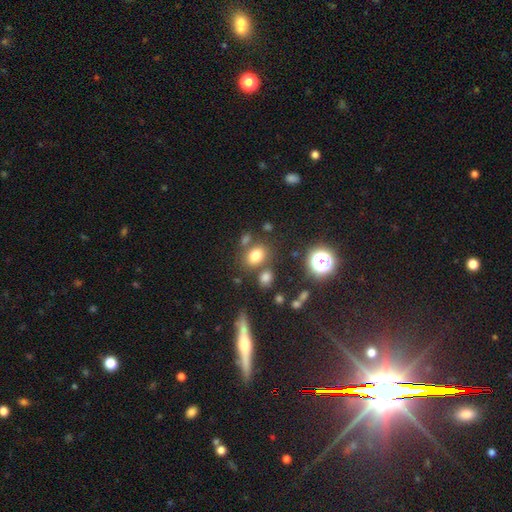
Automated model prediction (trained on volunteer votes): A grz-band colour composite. It shows a smooth galaxy with no disk features (76%) that is in between round and cigar-shaped (55%). Merging: none (70%).